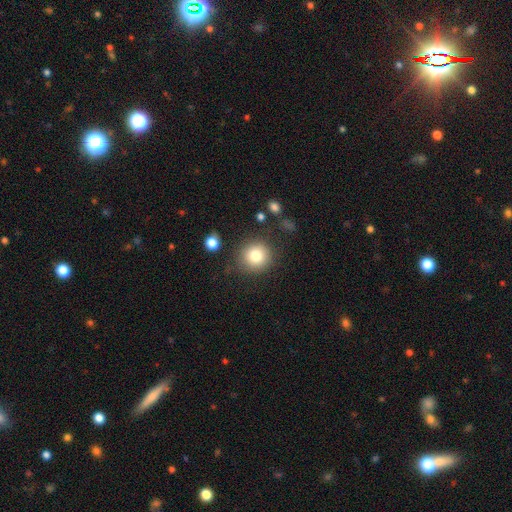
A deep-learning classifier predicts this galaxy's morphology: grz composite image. It shows a smooth galaxy with no disk features (81%) that is round (91%). Merging: none (83%).